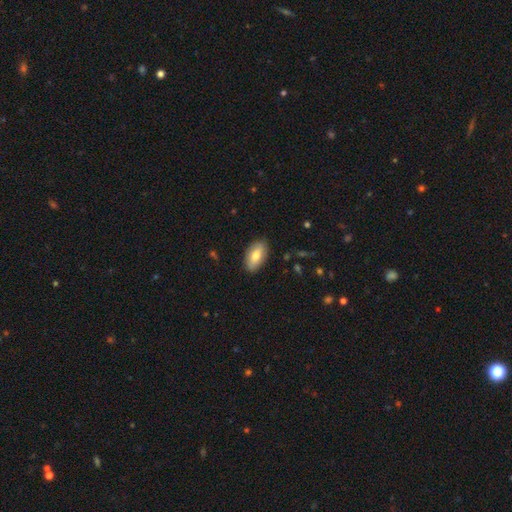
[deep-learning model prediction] Q: Smooth or featured?
A: smooth (76%); runner-up: featured or disk (18%)
Q: How rounded?
A: in between (94%); runner-up: round (3%)
Q: Merging?
A: none (86%); runner-up: minor disturbance (11%)